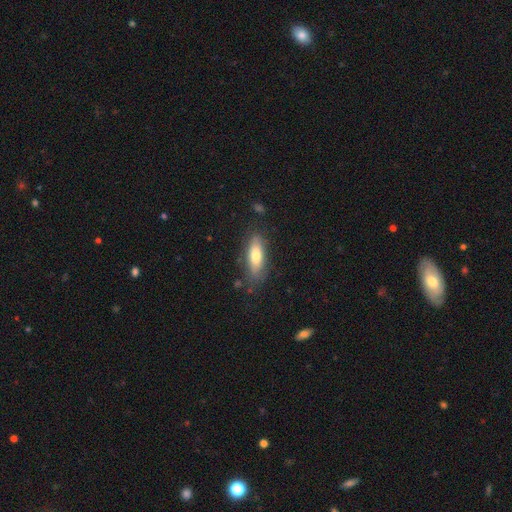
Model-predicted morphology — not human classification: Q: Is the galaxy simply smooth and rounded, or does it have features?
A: smooth — 70%.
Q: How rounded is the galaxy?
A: in between — 66%.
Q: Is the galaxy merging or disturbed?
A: none — 76%.